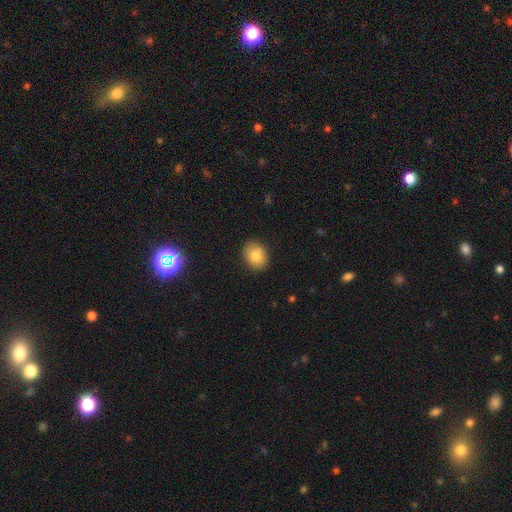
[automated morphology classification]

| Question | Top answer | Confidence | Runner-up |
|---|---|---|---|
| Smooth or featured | smooth | 81% | featured or disk (10%) |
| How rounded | round | 52% | in between (47%) |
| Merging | none | 88% | minor disturbance (9%) |